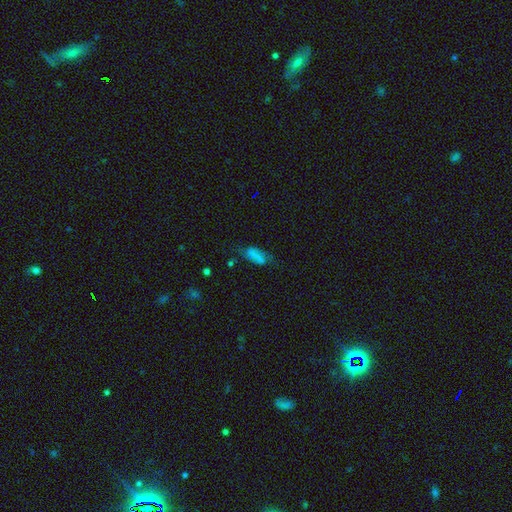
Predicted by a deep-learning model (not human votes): Overall: smooth (62%; featured or disk 26%). How rounded: in between (81%). Merging: none (44%; minor disturbance 31%).